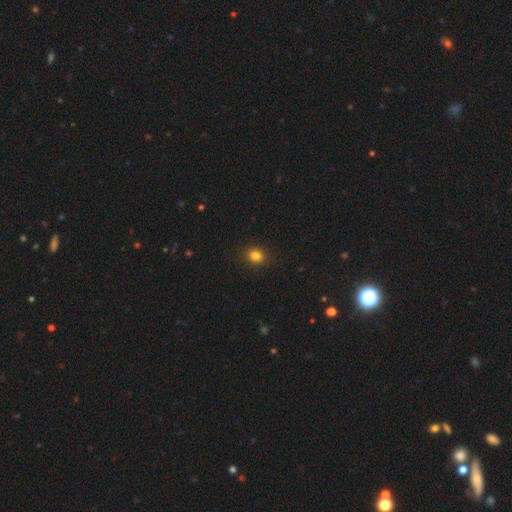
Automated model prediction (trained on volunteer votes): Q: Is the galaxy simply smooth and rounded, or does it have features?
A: smooth — 83%.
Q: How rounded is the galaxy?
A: round — 67%.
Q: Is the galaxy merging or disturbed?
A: none — 90%.